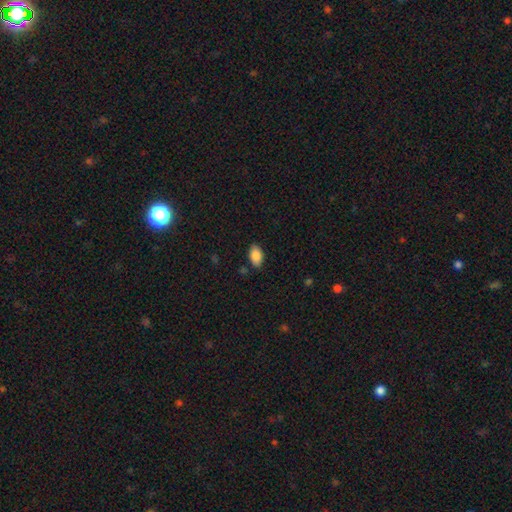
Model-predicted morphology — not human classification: Overall: smooth (87%). How rounded: in between (93%). Merging: none (84%).